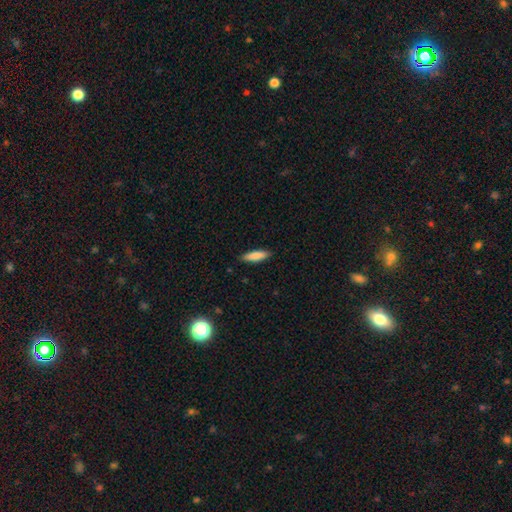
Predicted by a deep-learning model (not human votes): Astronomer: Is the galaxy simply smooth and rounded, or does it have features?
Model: smooth — 84%.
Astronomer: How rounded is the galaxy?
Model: cigar-shaped — 64%.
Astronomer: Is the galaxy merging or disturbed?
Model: none — 88%.